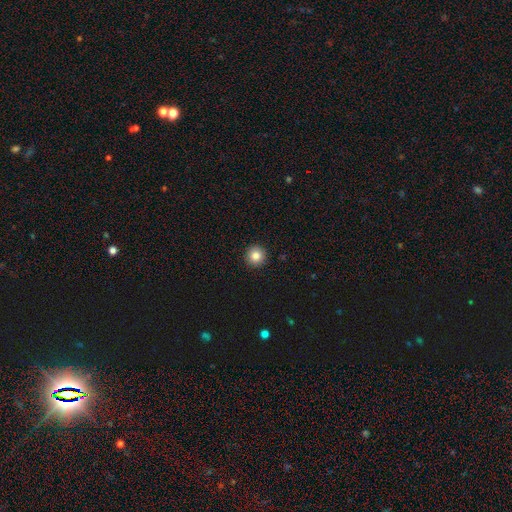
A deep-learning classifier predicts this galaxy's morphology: smooth-or-featured: smooth: 84% | star or artifact: 10% | featured or disk: 6%
  how-rounded: round: 95% | in between: 4% | cigar-shaped: 1%
  merging: none: 93% | minor disturbance: 4% | major disturbance: 1% | merger: 1%